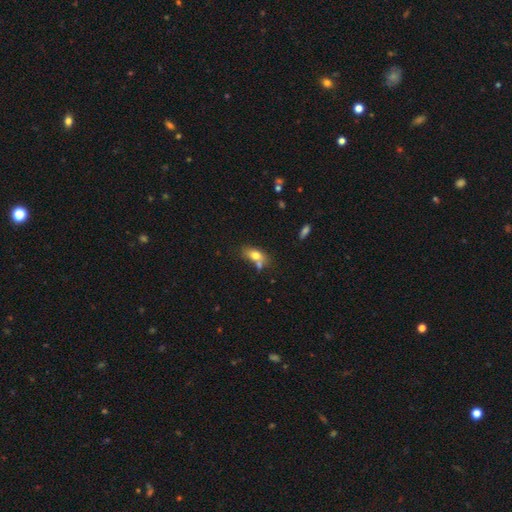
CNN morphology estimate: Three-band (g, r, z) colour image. It shows a smooth galaxy with no disk features (73%) that is in between round and cigar-shaped (82%). Merging: none (49%).